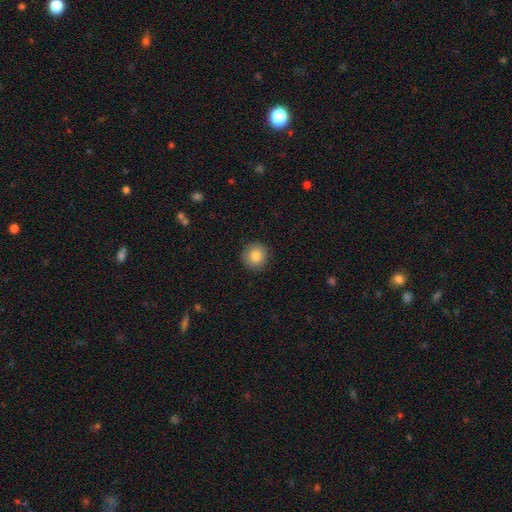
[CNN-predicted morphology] A smooth galaxy with no disk features (85%) that is round (93%). Merging: none (90%).